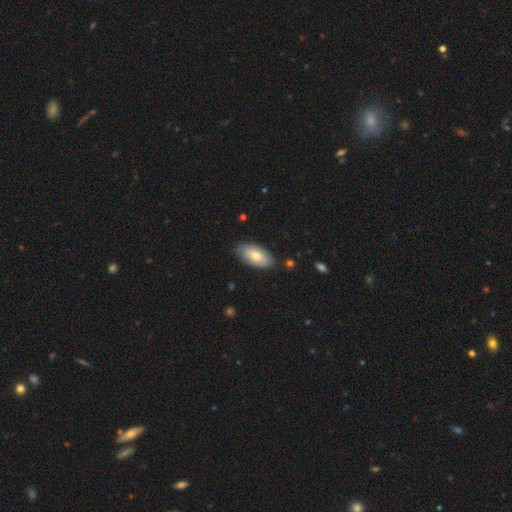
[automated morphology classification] Smooth or featured? Predicted: smooth (p=0.73). How rounded? Predicted: in between (p=0.94). Merging? Predicted: none (p=0.82).